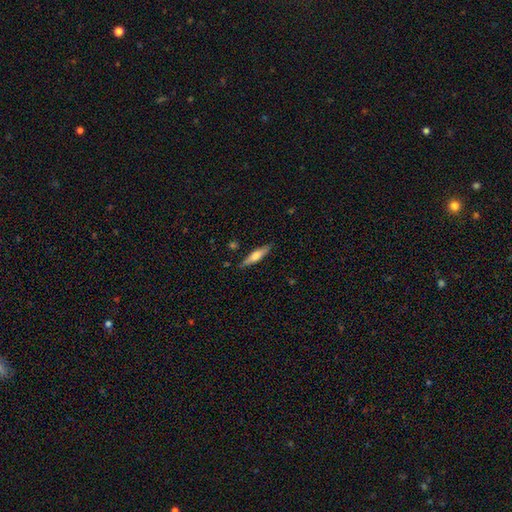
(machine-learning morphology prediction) Q: Smooth or featured?
A: smooth (54%); runner-up: featured or disk (40%)
Q: How rounded?
A: cigar-shaped (76%); runner-up: in between (22%)
Q: Merging?
A: none (84%); runner-up: minor disturbance (12%)